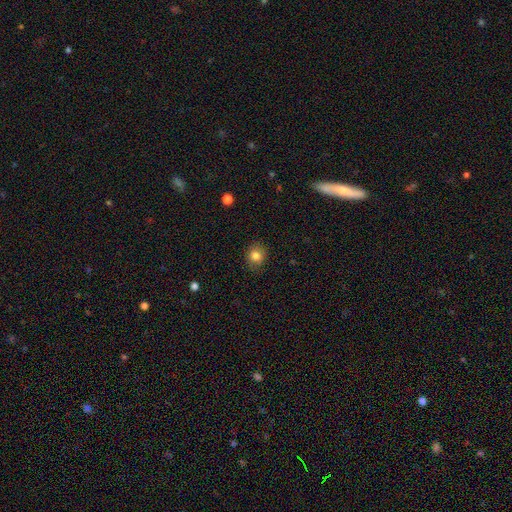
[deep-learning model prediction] smooth-or-featured: smooth: 83% | star or artifact: 11% | featured or disk: 6%
  how-rounded: round: 78% | in between: 21% | cigar-shaped: 1%
  merging: none: 87% | minor disturbance: 9% | major disturbance: 2% | merger: 1%